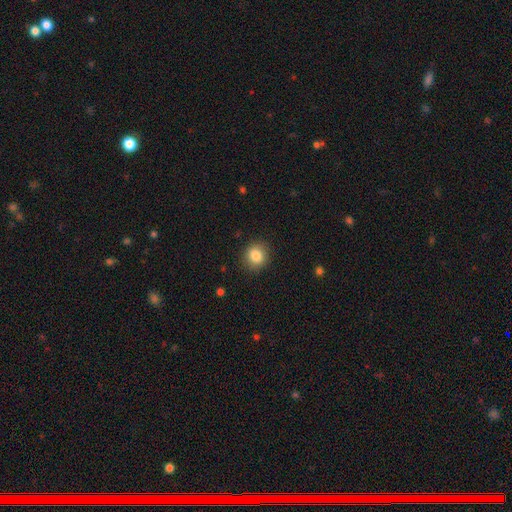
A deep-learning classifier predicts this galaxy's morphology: Smooth or featured: smooth — 85% (star or artifact — 9%)
How rounded: round — 80% (in between — 19%)
Merging: none — 89% (minor disturbance — 8%)